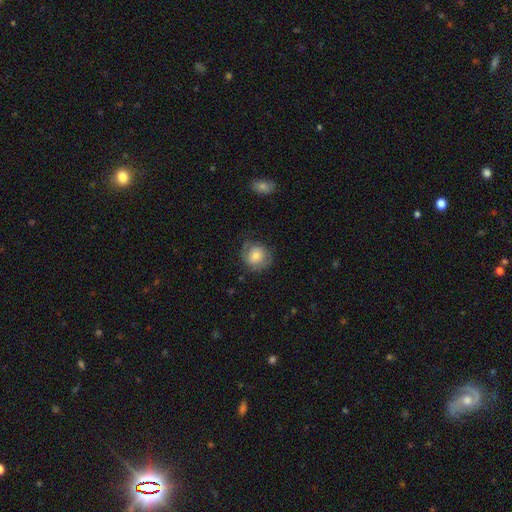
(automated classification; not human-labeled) Q: Smooth or featured?
A: smooth (56%); runner-up: featured or disk (36%)
Q: How rounded?
A: round (80%); runner-up: in between (19%)
Q: Merging?
A: none (64%); runner-up: minor disturbance (22%)